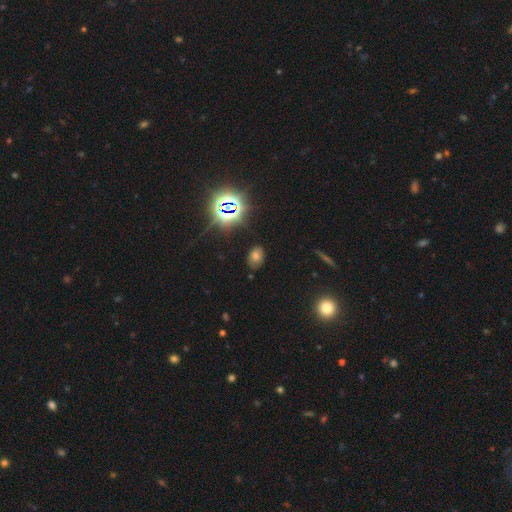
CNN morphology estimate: The model was most divided on "smooth or featured": smooth: 53%, star or artifact: 36%, featured or disk: 11%. More confident: merging — none (81%); how rounded — in between (77%).